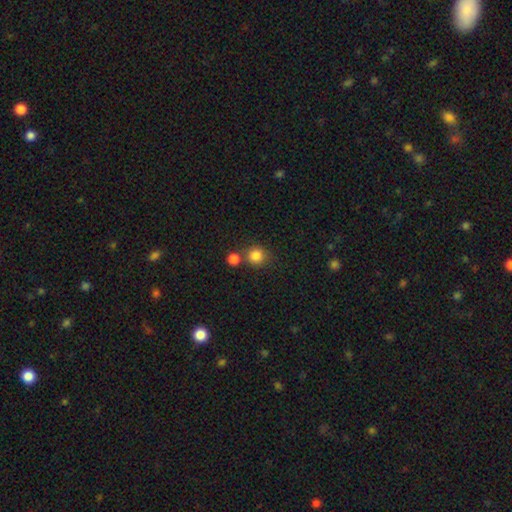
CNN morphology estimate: This is clearly a smooth galaxy (83%). How rounded: clearly round (89%). Merging: likely none (63%).